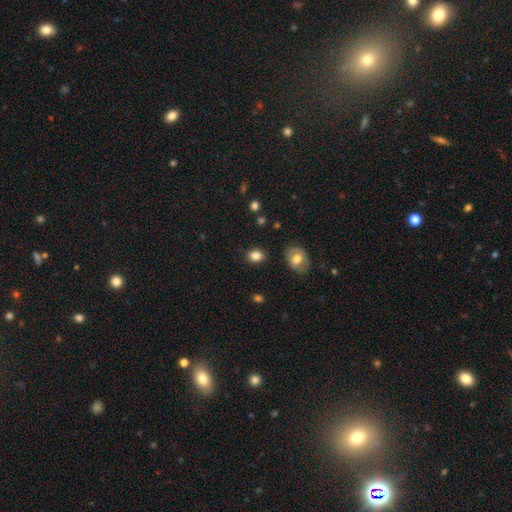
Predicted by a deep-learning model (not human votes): Q: Smooth or featured?
A: smooth (85%); runner-up: star or artifact (10%)
Q: How rounded?
A: in between (53%); runner-up: round (45%)
Q: Merging?
A: none (85%); runner-up: minor disturbance (11%)